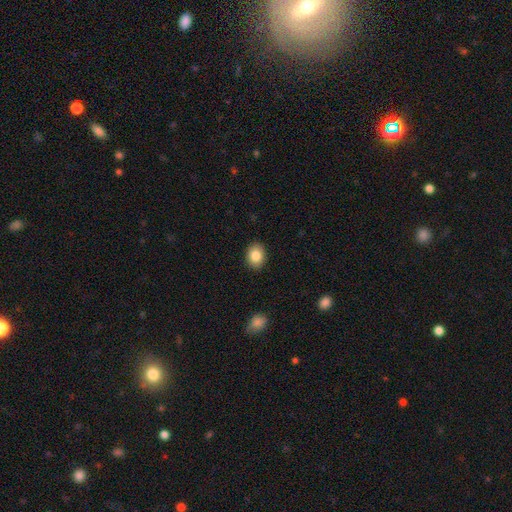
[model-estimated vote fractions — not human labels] Overall: smooth (84%). How rounded: in between (63%; round 36%). Merging: none (90%).